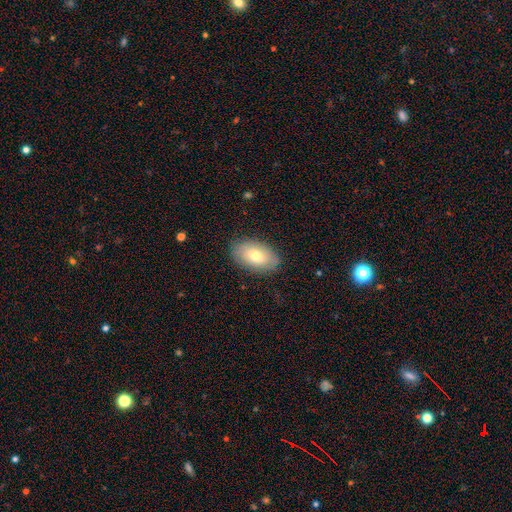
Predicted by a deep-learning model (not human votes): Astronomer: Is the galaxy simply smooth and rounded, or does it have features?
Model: smooth — 74%.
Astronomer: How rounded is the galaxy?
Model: in between — 93%.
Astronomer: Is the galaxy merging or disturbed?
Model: none — 86%.